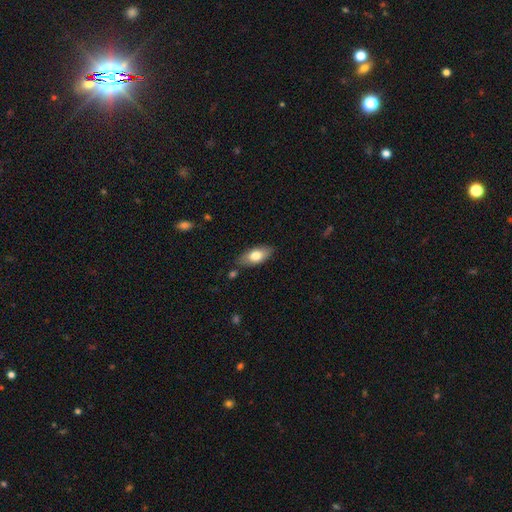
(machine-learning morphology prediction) Q: Smooth or featured?
A: smooth (74%); runner-up: featured or disk (20%)
Q: How rounded?
A: in between (87%); runner-up: cigar-shaped (10%)
Q: Merging?
A: none (79%); runner-up: minor disturbance (15%)